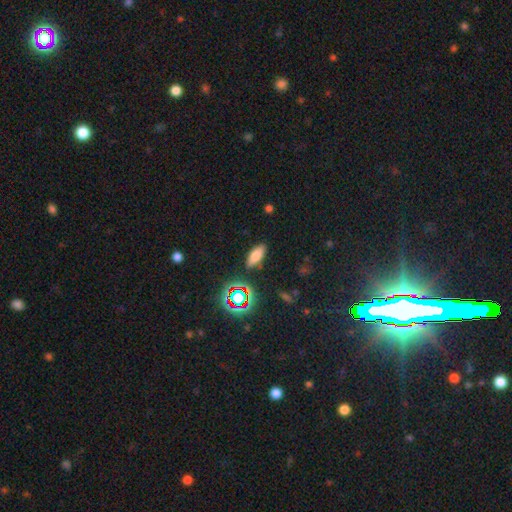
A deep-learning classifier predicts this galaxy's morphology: smooth 73%, star or artifact 17%, featured or disk 10%. Down the decision tree: how rounded — in between (76%); merging — none (85%).